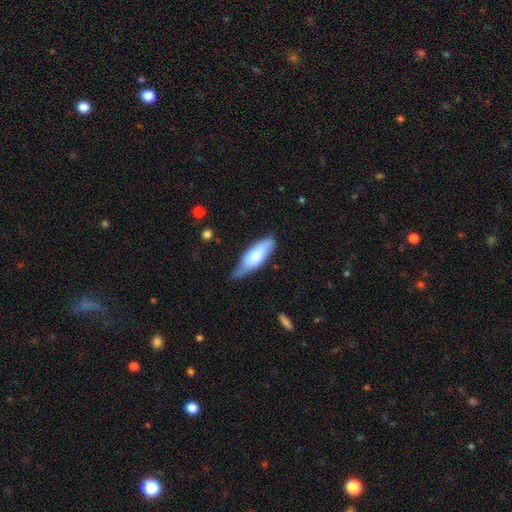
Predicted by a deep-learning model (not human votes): This is likely a smooth galaxy (68%). How rounded: likely in between (62%). Merging: possibly none (49%).